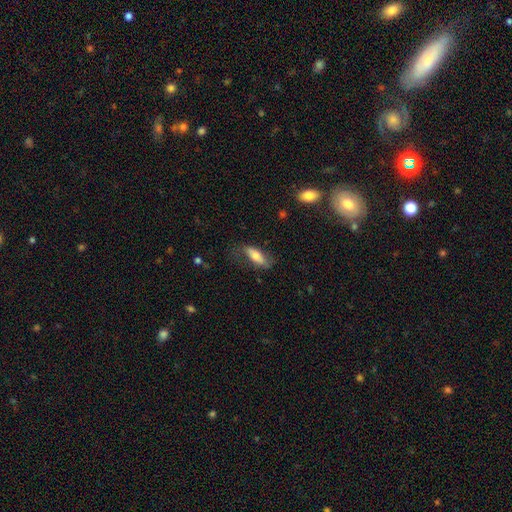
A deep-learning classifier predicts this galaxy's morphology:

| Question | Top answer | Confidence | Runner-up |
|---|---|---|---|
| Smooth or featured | smooth | 67% | featured or disk (27%) |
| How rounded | in between | 64% | cigar-shaped (34%) |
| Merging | none | 61% | minor disturbance (24%) |